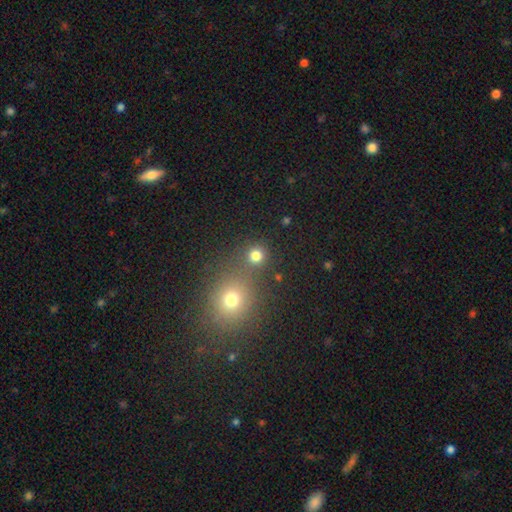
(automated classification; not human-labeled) smooth-or-featured: smooth: 78% | star or artifact: 17% | featured or disk: 5%
  how-rounded: round: 90% | in between: 9% | cigar-shaped: 1%
  merging: none: 71% | merger: 19% | minor disturbance: 6% | major disturbance: 3%